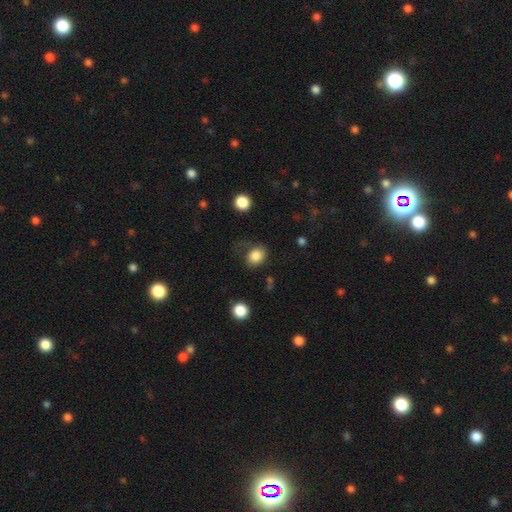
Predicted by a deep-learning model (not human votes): Smooth or featured? smooth (84%)
How rounded? round (52%)
Merging? none (58%)